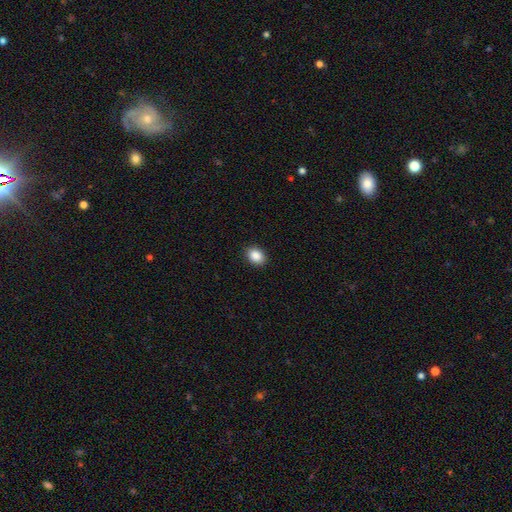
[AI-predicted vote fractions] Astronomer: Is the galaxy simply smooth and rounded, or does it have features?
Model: smooth — 89%.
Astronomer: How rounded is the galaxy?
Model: in between — 71%.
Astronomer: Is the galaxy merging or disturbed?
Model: none — 91%.